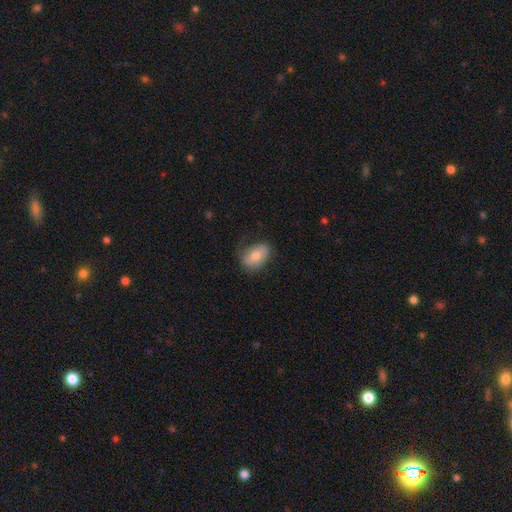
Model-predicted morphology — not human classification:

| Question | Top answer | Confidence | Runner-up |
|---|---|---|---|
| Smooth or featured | smooth | 68% | featured or disk (25%) |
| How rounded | in between | 81% | round (18%) |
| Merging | none | 62% | minor disturbance (27%) |